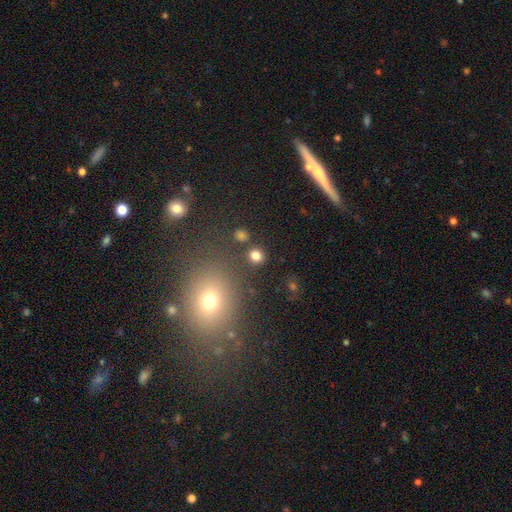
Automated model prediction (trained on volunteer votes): Morphology: type=smooth (80%); roundness=round (83%); merging=none (84%).